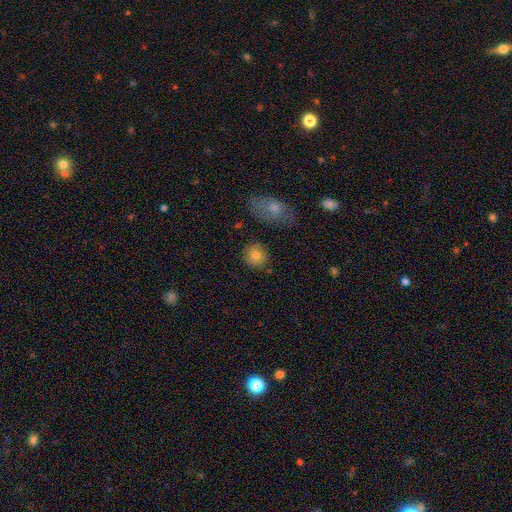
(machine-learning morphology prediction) smooth-or-featured: smooth: 80% | featured or disk: 11% | star or artifact: 9%
  how-rounded: round: 88% | in between: 10% | cigar-shaped: 1%
  merging: none: 83% | minor disturbance: 10% | merger: 4% | major disturbance: 3%